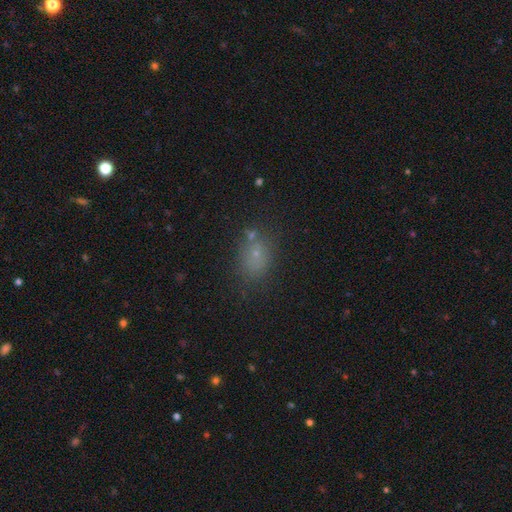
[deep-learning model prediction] Smooth or featured? Predicted: smooth (p=0.66). How rounded? Predicted: in between (p=0.60). Merging? Predicted: none (p=0.71).